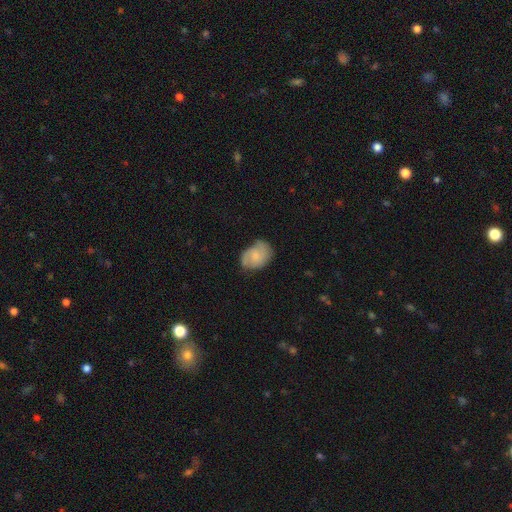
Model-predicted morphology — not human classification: smooth_or_featured: smooth (p=0.53) [alt: featured or disk p=0.40]
how_rounded: in between (p=0.75) [alt: round p=0.24]
merging: none (p=0.59) [alt: minor disturbance p=0.30]